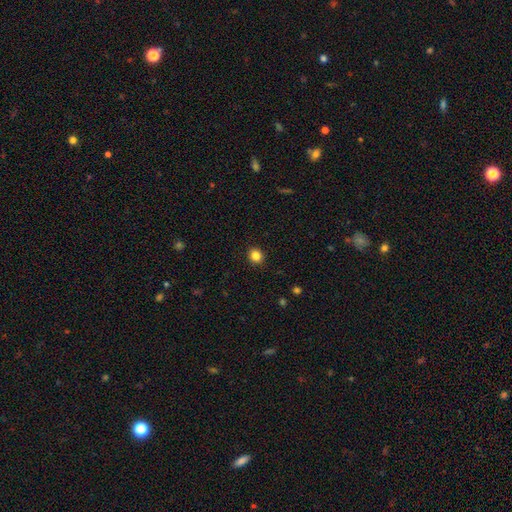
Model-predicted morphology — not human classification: Smooth or featured? smooth (84%)
How rounded? round (88%)
Merging? none (92%)